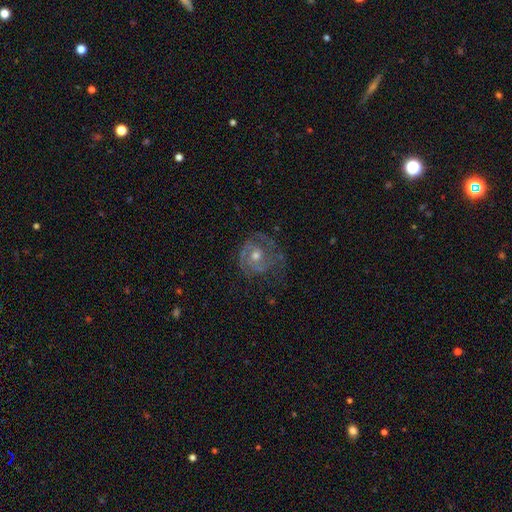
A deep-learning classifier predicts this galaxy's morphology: Q: Smooth or featured?
A: featured or disk (77%); runner-up: smooth (15%)
Q: Edge-on disk?
A: no (97%); runner-up: yes (3%)
Q: Bar?
A: no (75%); runner-up: weak (21%)
Q: Spiral arms?
A: yes (86%); runner-up: no (14%)
Q: Spiral winding?
A: tight (55%); runner-up: medium (35%)
Q: Spiral arm count?
A: 2 (43%); runner-up: can't tell (28%)
Q: Bulge size?
A: moderate (68%); runner-up: small (26%)
Q: Merging?
A: none (62%); runner-up: minor disturbance (21%)